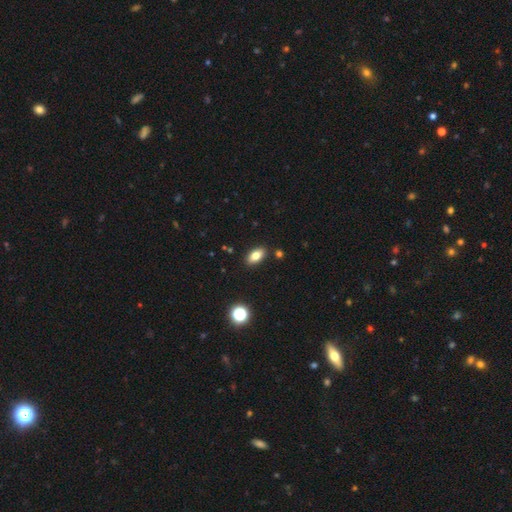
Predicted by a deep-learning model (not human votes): This is likely a smooth galaxy (77%). How rounded: clearly in between (88%). Merging: clearly none (87%).